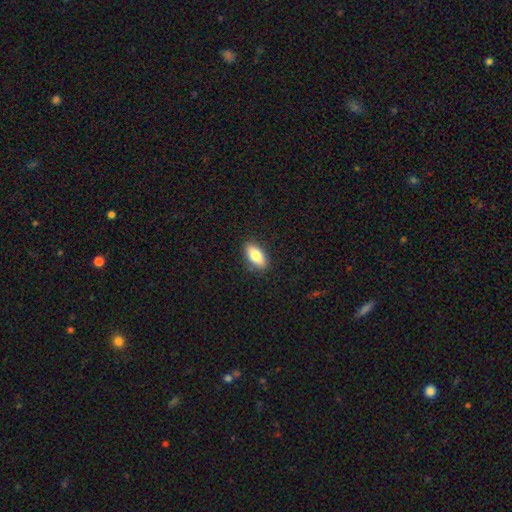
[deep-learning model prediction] smooth 79%, featured or disk 14%, star or artifact 7%. Down the decision tree: how rounded — in between (86%); merging — none (88%).